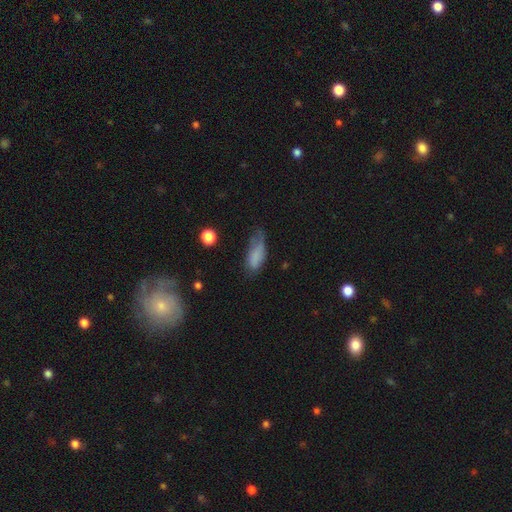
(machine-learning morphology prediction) smooth-or-featured: smooth: 74% | featured or disk: 16% | star or artifact: 10%
  how-rounded: in between: 76% | cigar-shaped: 21% | round: 3%
  merging: minor disturbance: 37% | none: 36% | major disturbance: 24% | merger: 3%